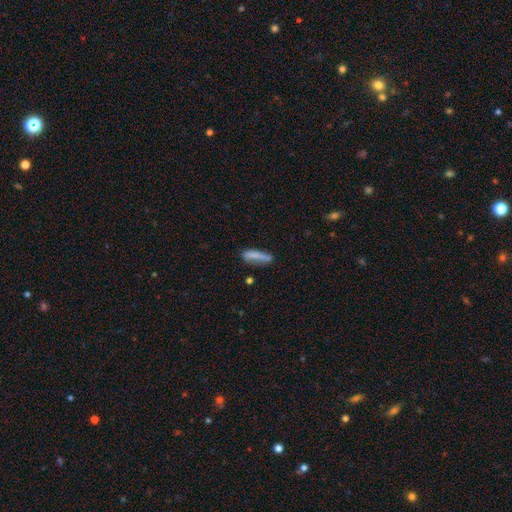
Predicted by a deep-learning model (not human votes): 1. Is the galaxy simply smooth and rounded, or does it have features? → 75% smooth, 17% featured or disk, 8% star or artifact.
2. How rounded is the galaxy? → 70% cigar-shaped, 28% in between, 2% round.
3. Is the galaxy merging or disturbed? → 56% none, 26% minor disturbance, 9% major disturbance, 9% merger.